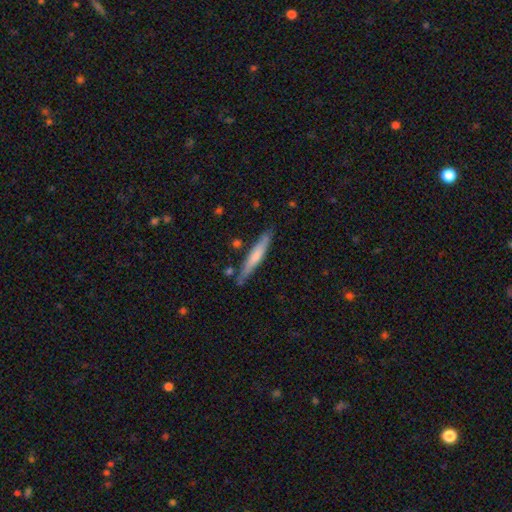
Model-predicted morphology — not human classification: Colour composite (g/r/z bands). It shows a smooth galaxy with no disk features (58%) that is cigar-shaped (94%). Merging: none (81%).